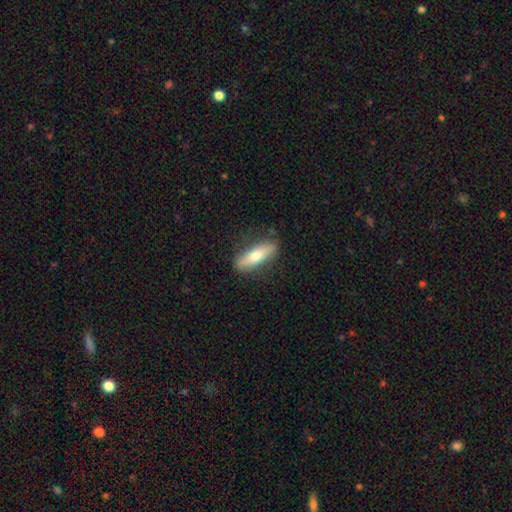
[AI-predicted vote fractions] smooth-or-featured: smooth: 65% | featured or disk: 29% | star or artifact: 6%
  how-rounded: cigar-shaped: 59% | in between: 39% | round: 2%
  merging: none: 84% | minor disturbance: 12% | major disturbance: 2% | merger: 1%